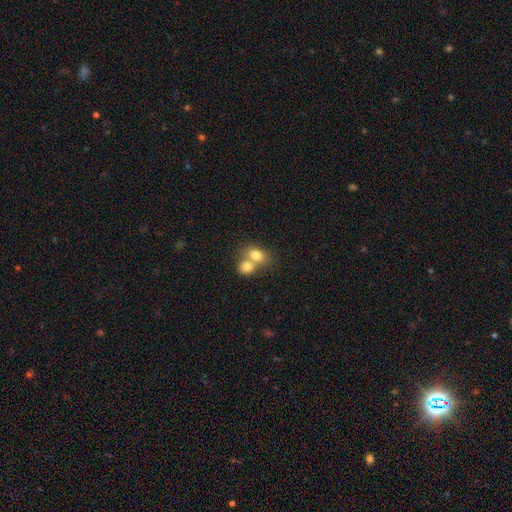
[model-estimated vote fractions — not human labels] Smooth or featured?
  - smooth: 77% *
  - featured or disk: 14%
  - star or artifact: 9%
How rounded?
  - in between: 58% *
  - round: 40%
  - cigar-shaped: 1%
Merging?
  - merger: 67% *
  - none: 24%
  - minor disturbance: 6%
  - major disturbance: 3%